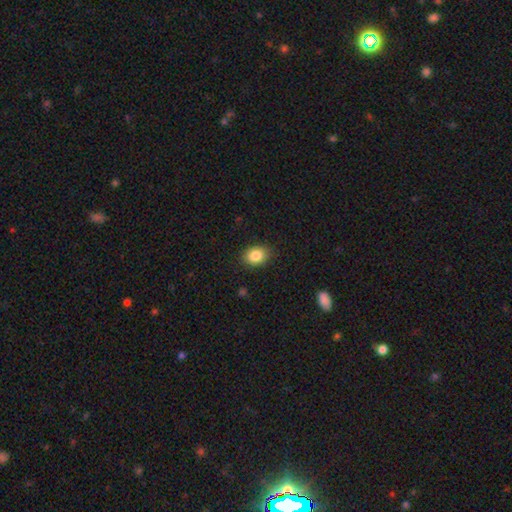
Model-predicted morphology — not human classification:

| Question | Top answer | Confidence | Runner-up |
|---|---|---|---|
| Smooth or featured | smooth | 85% | star or artifact (9%) |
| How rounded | in between | 63% | round (36%) |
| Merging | none | 87% | minor disturbance (10%) |